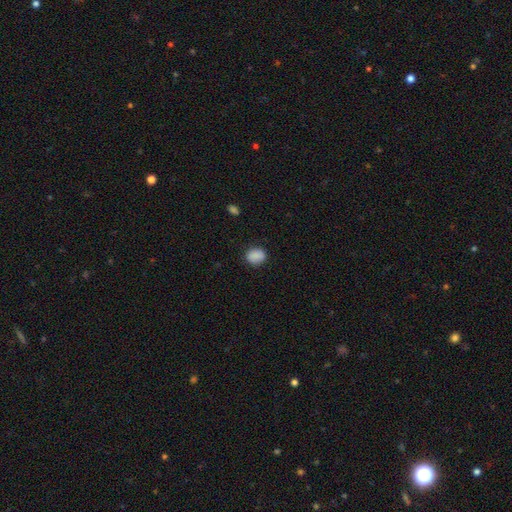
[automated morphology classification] smooth 87%, star or artifact 8%, featured or disk 5%. Down the decision tree: how rounded — round (54%); merging — none (82%).